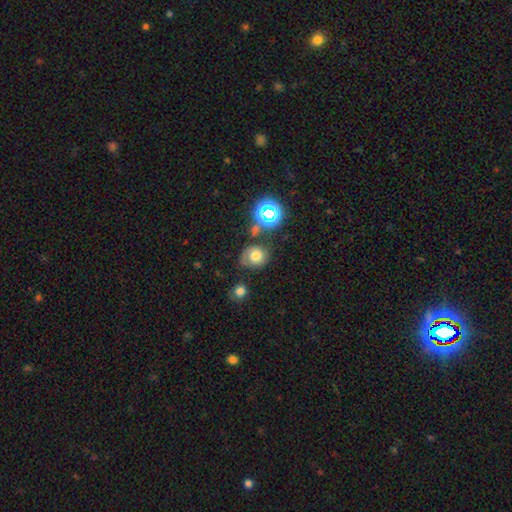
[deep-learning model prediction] Smooth or featured?
  - smooth: 62% *
  - featured or disk: 21%
  - star or artifact: 18%
How rounded?
  - round: 67% *
  - in between: 32%
  - cigar-shaped: 1%
Merging?
  - none: 56% *
  - minor disturbance: 24%
  - major disturbance: 11%
  - merger: 9%